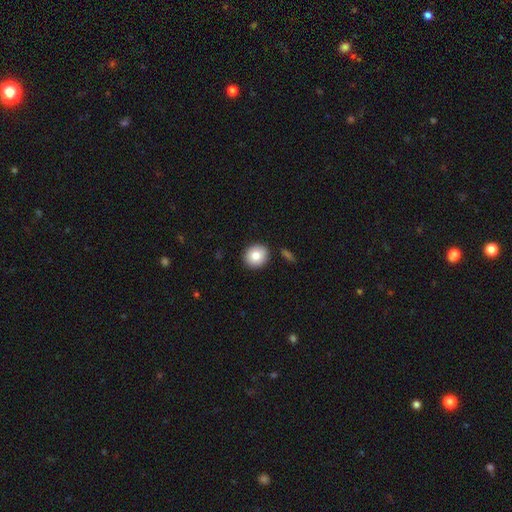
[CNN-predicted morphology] smooth 80%, featured or disk 11%, star or artifact 8%. Down the decision tree: how rounded — round (85%); merging — none (88%).